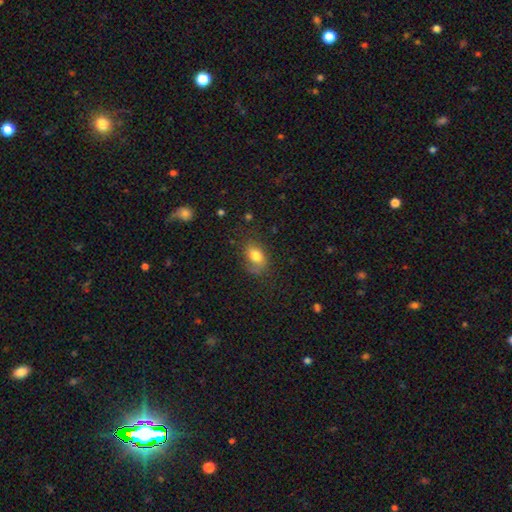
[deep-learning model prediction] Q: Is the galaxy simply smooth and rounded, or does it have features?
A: smooth — 76%.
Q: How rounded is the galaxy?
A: in between — 80%.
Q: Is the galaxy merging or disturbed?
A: none — 63%.